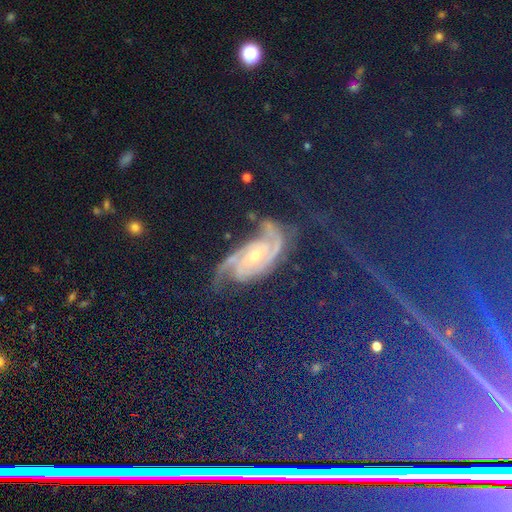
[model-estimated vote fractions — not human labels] A featured or disk galaxy (43%).

Vote fractions:
- Smooth or featured? featured or disk: 43% / star or artifact: 38% / smooth: 19%
- Merging? none: 70% / minor disturbance: 17% / major disturbance: 9% / merger: 4%